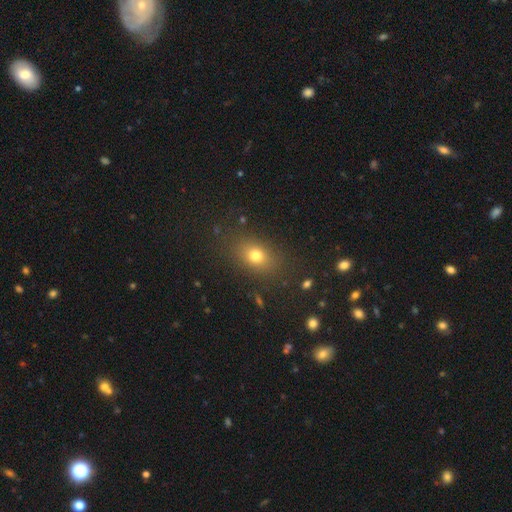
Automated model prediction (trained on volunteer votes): Overall: smooth (74%). How rounded: in between (62%; round 36%). Merging: none (83%).